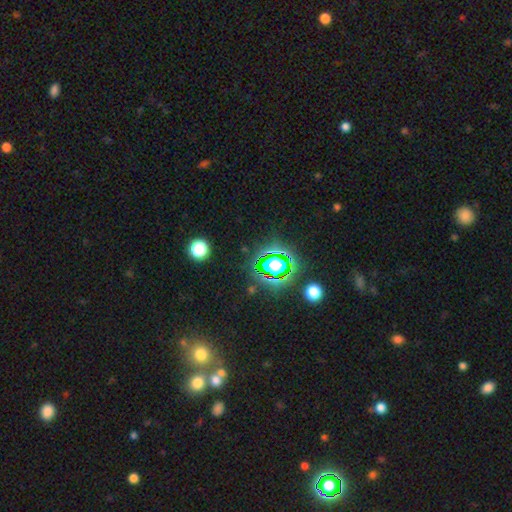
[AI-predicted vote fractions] Q: Smooth or featured?
A: star or artifact (75%); runner-up: smooth (17%)